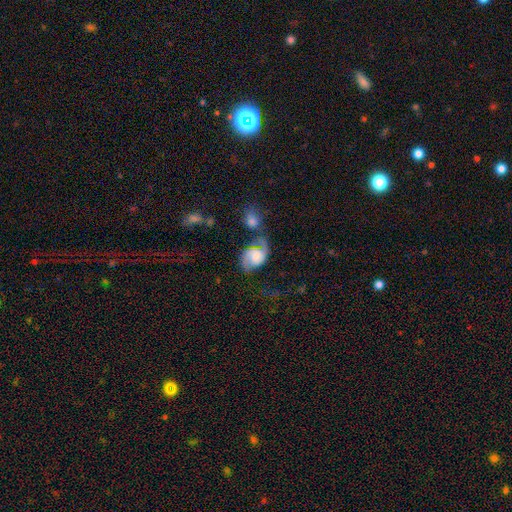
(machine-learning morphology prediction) Smooth or featured? featured or disk (69%)
Edge-on disk? no (98%)
Bar? no (56%)
Spiral arms? yes (92%)
Spiral winding? medium (47%)
Spiral arm count? 2 (85%)
Bulge size? moderate (27%)
Merging? none (35%)